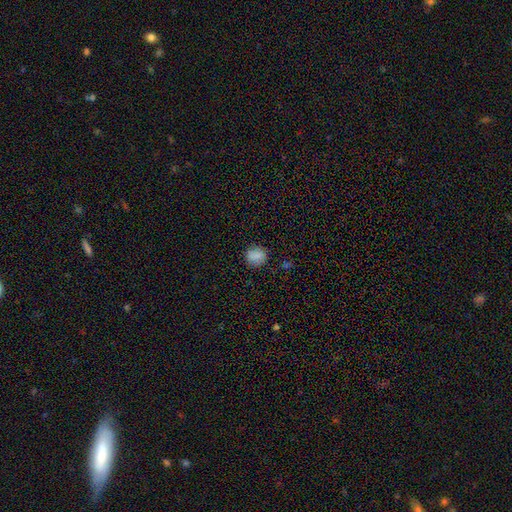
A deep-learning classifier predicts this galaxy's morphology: smooth-or-featured: smooth: 83% | star or artifact: 10% | featured or disk: 7%
  how-rounded: round: 79% | in between: 20% | cigar-shaped: 1%
  merging: none: 83% | minor disturbance: 12% | major disturbance: 3% | merger: 1%